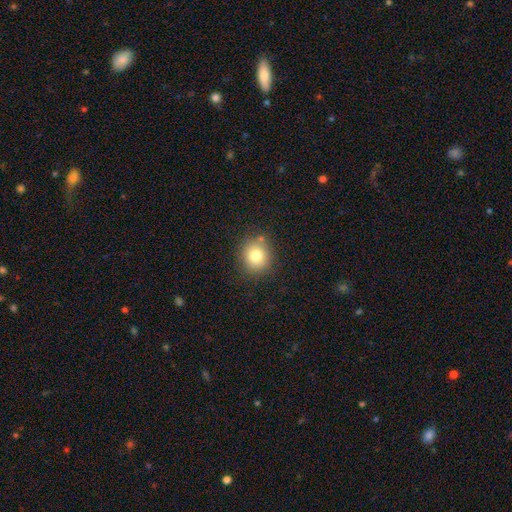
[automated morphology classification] Q: Smooth or featured?
A: smooth (79%); runner-up: star or artifact (12%)
Q: How rounded?
A: round (82%); runner-up: in between (17%)
Q: Merging?
A: none (81%); runner-up: minor disturbance (11%)